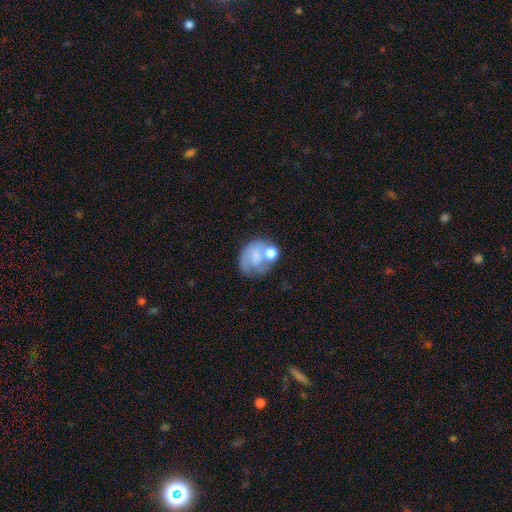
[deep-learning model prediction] Smooth or featured?
  - smooth: 53% *
  - featured or disk: 37%
  - star or artifact: 10%
How rounded?
  - round: 56% *
  - in between: 43%
  - cigar-shaped: 1%
Merging?
  - none: 34% *
  - merger: 28%
  - major disturbance: 19%
  - minor disturbance: 19%